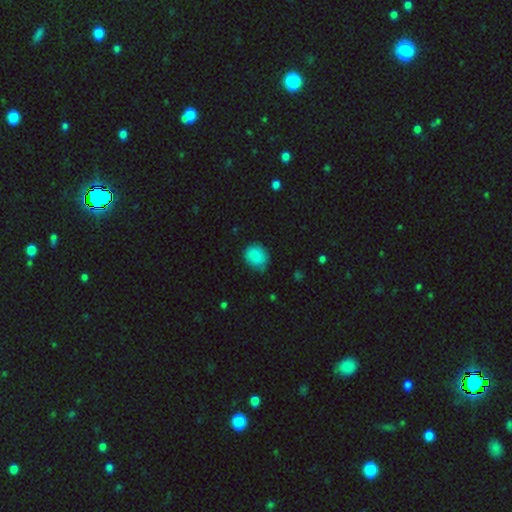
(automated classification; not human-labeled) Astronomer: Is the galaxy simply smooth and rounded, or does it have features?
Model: smooth — 86%.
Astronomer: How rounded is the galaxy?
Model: round — 67%.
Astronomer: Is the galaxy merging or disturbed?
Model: none — 67%.